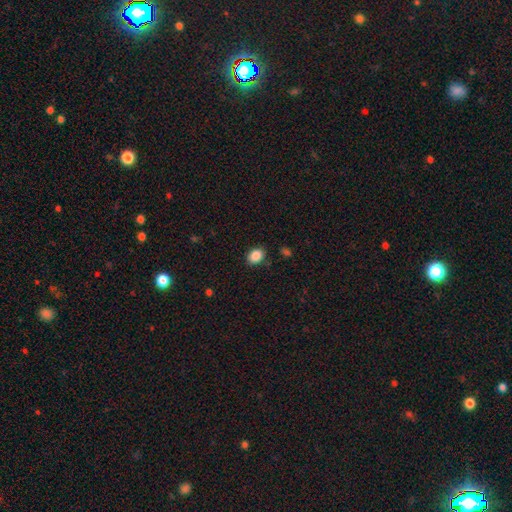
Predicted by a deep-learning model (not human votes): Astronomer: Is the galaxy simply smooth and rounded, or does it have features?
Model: smooth — 88%.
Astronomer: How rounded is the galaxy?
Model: in between — 66%.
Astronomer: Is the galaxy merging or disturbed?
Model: none — 85%.